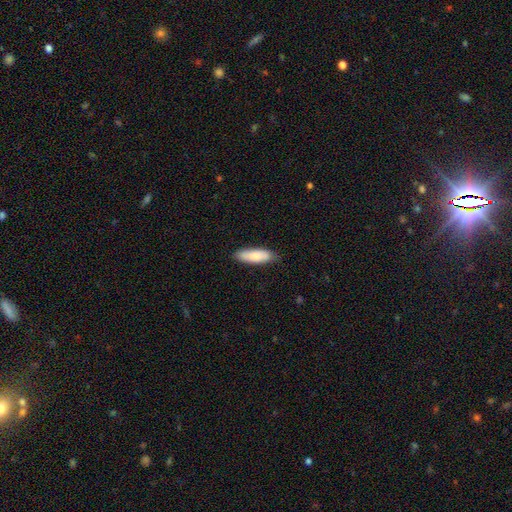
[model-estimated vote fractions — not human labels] A smooth galaxy with no disk features (81%) that is in between round and cigar-shaped (60%).

Vote fractions:
- Smooth or featured? smooth: 81% / featured or disk: 13% / star or artifact: 6%
- How rounded? in between: 60% / cigar-shaped: 39% / round: 2%
- Merging? none: 82% / minor disturbance: 15% / major disturbance: 2% / merger: 1%